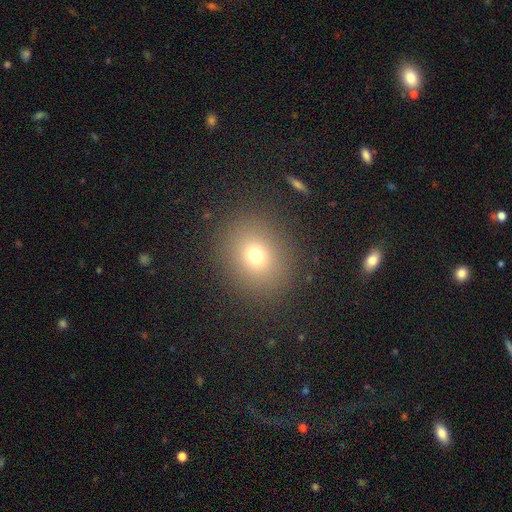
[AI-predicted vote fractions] Overall: smooth (72%). How rounded: round (71%). Merging: none (88%).